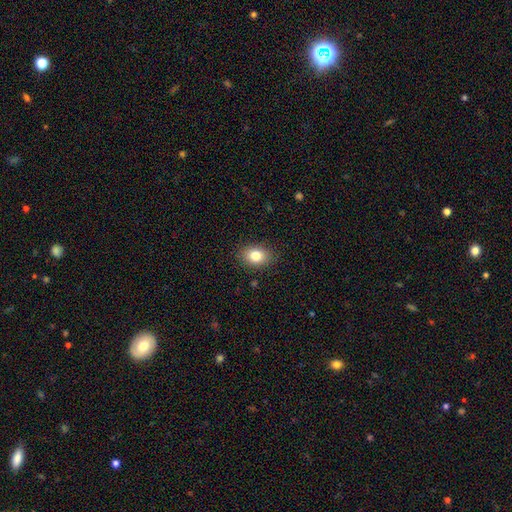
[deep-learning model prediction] Q: Smooth or featured?
A: smooth (82%); runner-up: star or artifact (10%)
Q: How rounded?
A: in between (68%); runner-up: round (31%)
Q: Merging?
A: none (87%); runner-up: minor disturbance (9%)